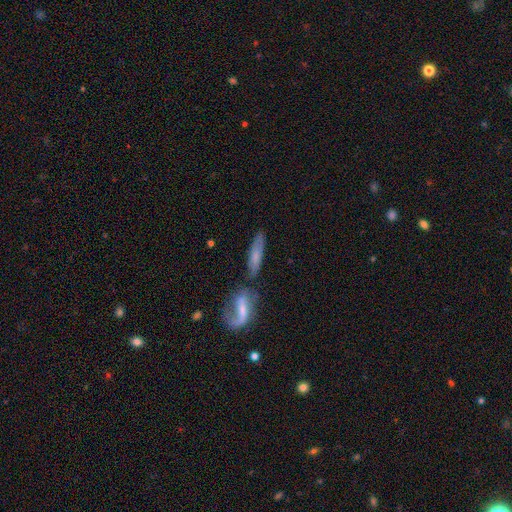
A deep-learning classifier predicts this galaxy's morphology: smooth 58%, featured or disk 34%, star or artifact 8%. Down the decision tree: how rounded — cigar-shaped (66%); merging — none (50%).